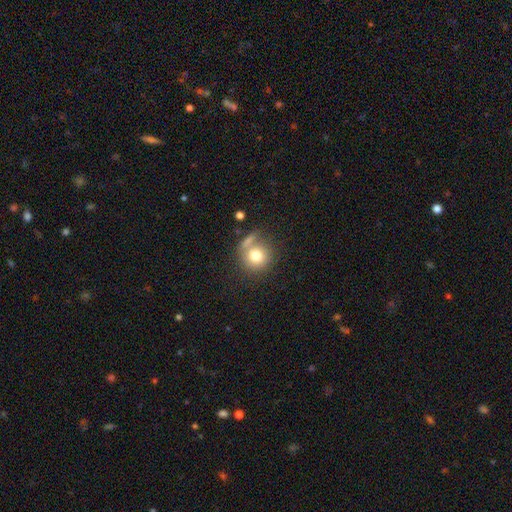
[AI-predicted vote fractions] A smooth galaxy with no disk features (76%) that is round (90%).

Vote fractions:
- Smooth or featured? smooth: 76% / featured or disk: 14% / star or artifact: 10%
- How rounded? round: 90% / in between: 9% / cigar-shaped: 1%
- Merging? none: 57% / merger: 20% / minor disturbance: 15% / major disturbance: 8%